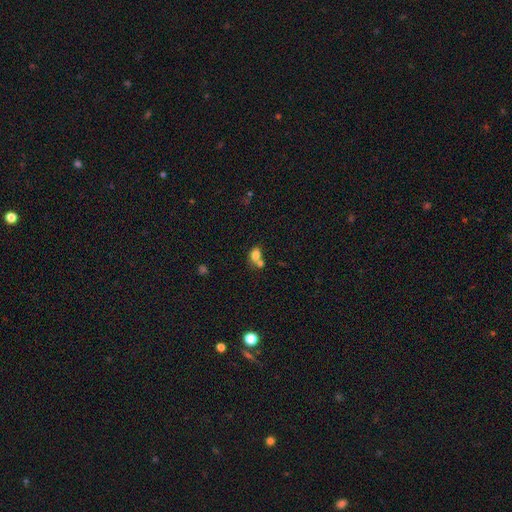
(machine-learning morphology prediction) smooth-or-featured: smooth: 78% | star or artifact: 11% | featured or disk: 11%
  how-rounded: in between: 65% | round: 33% | cigar-shaped: 1%
  merging: merger: 48% | none: 37% | minor disturbance: 10% | major disturbance: 5%